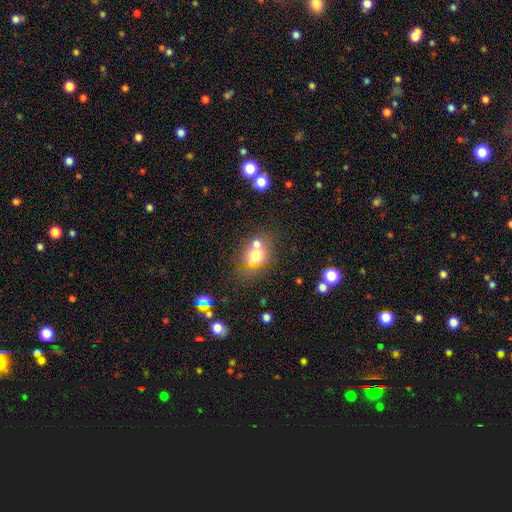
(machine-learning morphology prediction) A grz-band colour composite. It shows a smooth galaxy with no disk features (63%) that is round (63%). Merging: none (45%).